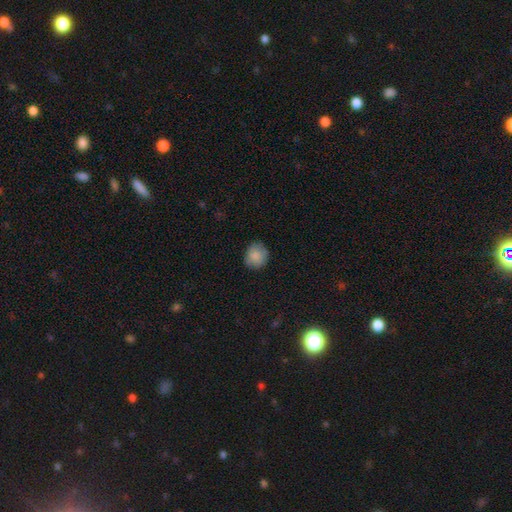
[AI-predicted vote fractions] Overall: smooth (84%). How rounded: round (78%). Merging: none (78%).